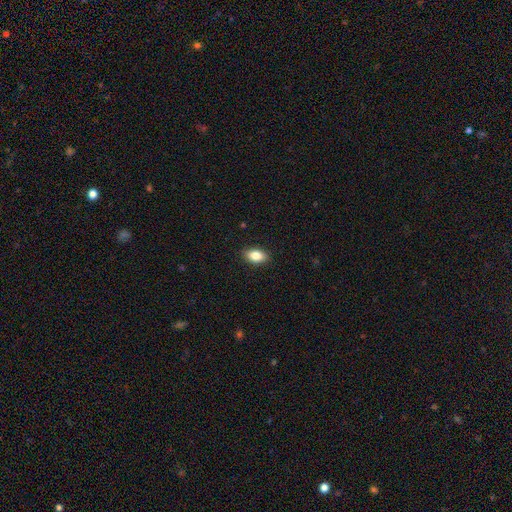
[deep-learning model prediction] smooth-or-featured: smooth: 83% | featured or disk: 9% | star or artifact: 8%
  how-rounded: in between: 89% | round: 7% | cigar-shaped: 3%
  merging: none: 89% | minor disturbance: 8% | major disturbance: 2% | merger: 1%